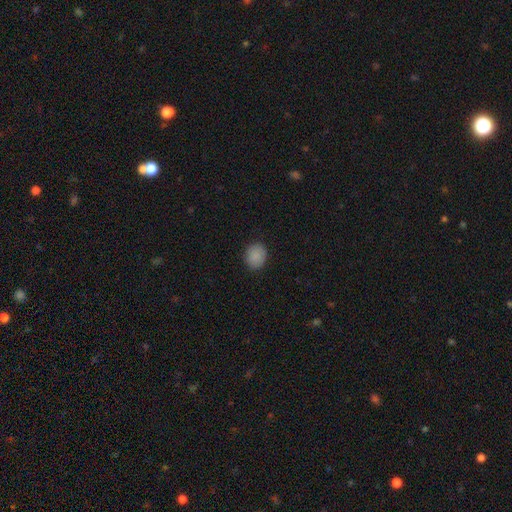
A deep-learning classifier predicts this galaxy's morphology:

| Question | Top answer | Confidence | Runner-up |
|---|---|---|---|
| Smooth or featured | smooth | 88% | star or artifact (9%) |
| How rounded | round | 73% | in between (26%) |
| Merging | none | 89% | minor disturbance (8%) |